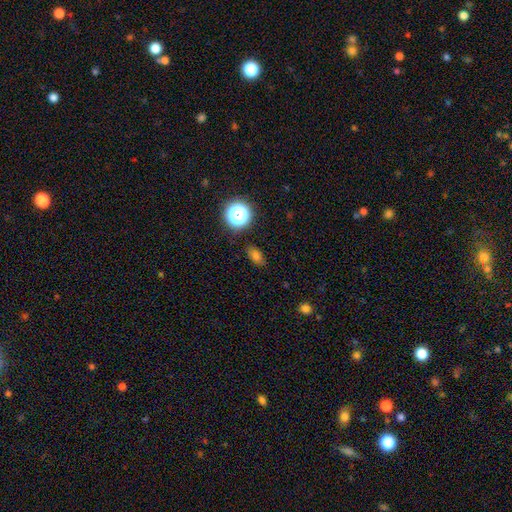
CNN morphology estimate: Smooth or featured: smooth — 72% (star or artifact — 20%)
How rounded: in between — 78% (round — 19%)
Merging: none — 84% (minor disturbance — 11%)